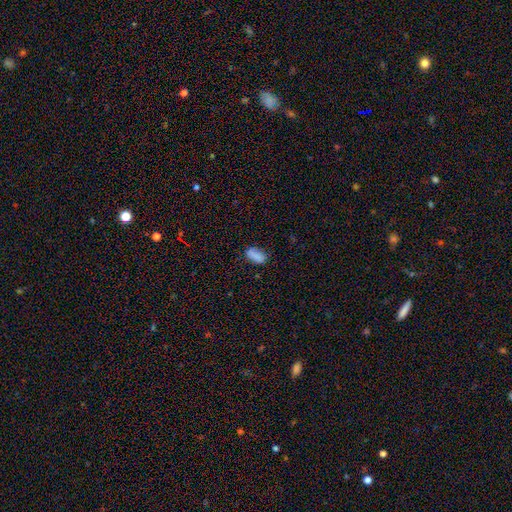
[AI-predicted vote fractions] This appears to be a smooth galaxy with no disk features (83%) that is in between round and cigar-shaped (90%). Merging: none (76%).